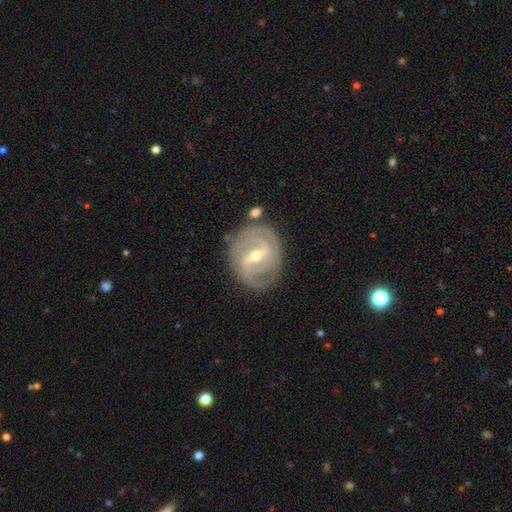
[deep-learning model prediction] Smooth or featured?
  - featured or disk: 87% *
  - smooth: 8%
  - star or artifact: 5%
Edge-on disk?
  - no: 95% *
  - yes: 5%
Bar?
  - strong: 52% *
  - weak: 40%
  - no: 8%
Spiral arms?
  - yes: 93% *
  - no: 7%
Spiral winding?
  - tight: 52% *
  - medium: 37%
  - loose: 12%
Spiral arm count?
  - 2: 49% *
  - 3: 21%
  - can't tell: 18%
  - 4: 6%
  - 1: 3%
  - more than 4: 3%
Bulge size?
  - moderate: 55% *
  - small: 41%
  - large: 2%
  - none: 1%
  - dominant: 1%
Merging?
  - none: 77% *
  - minor disturbance: 15%
  - major disturbance: 5%
  - merger: 3%